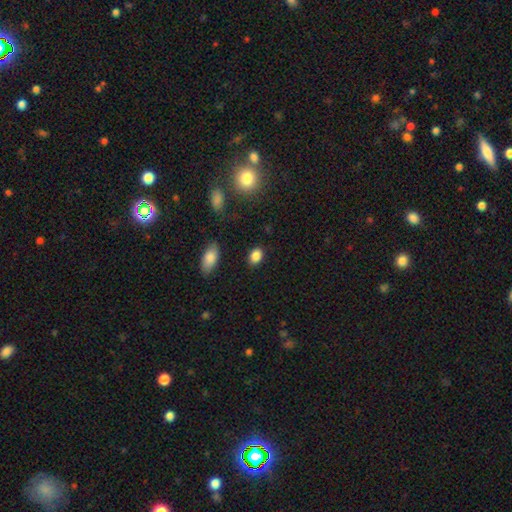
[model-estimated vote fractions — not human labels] Smooth or featured? Predicted: smooth (p=0.86). How rounded? Predicted: in between (p=0.76). Merging? Predicted: none (p=0.85).